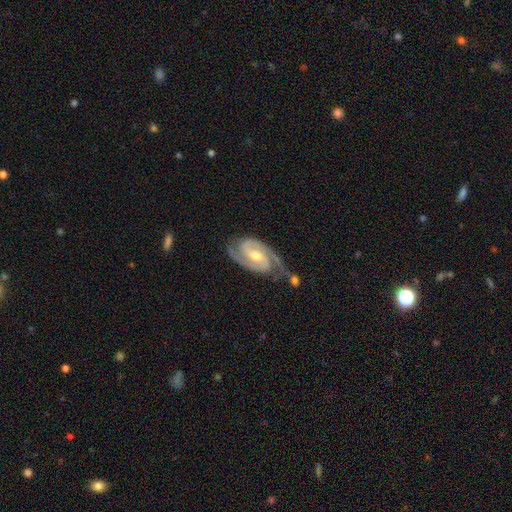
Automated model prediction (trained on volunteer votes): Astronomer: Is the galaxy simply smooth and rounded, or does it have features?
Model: featured or disk — 93%.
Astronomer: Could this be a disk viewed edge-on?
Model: no — 97%.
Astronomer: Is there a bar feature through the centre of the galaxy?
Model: weak — 44% (runner-up: strong, 31%).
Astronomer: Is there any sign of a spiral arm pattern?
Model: yes — 99%.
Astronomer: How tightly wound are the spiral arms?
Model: tight — 50% (runner-up: medium, 44%).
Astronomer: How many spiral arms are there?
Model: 2 — 92%.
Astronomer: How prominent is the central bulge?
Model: moderate — 63%.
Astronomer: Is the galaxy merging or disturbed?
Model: none — 74%.